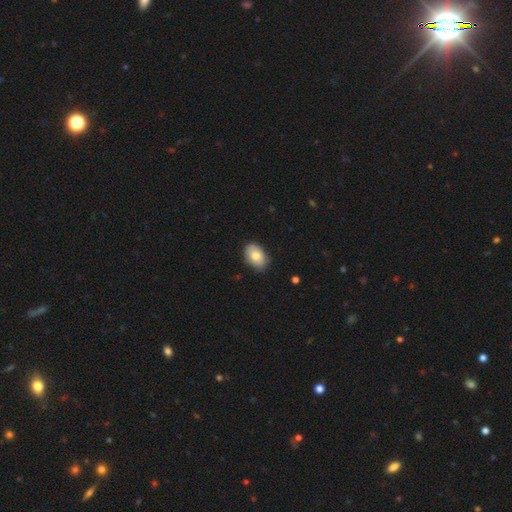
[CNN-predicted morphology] smooth_or_featured: smooth (p=0.76) [alt: featured or disk p=0.18]
how_rounded: in between (p=0.86) [alt: round p=0.13]
merging: none (p=0.80) [alt: minor disturbance p=0.16]